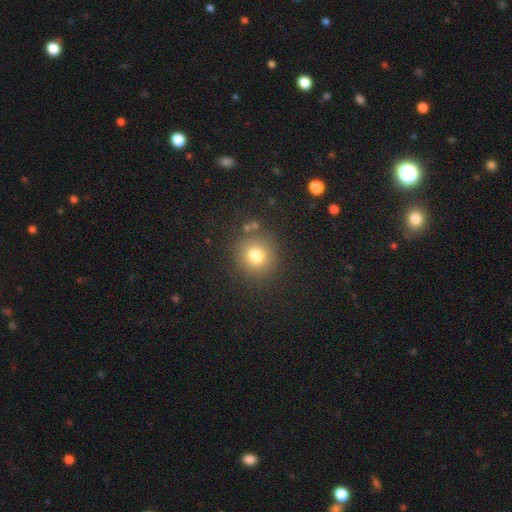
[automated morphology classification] A smooth galaxy with no disk features (77%) that is round (91%).

Vote fractions:
- Smooth or featured? smooth: 77% / star or artifact: 14% / featured or disk: 9%
- How rounded? round: 91% / in between: 8% / cigar-shaped: 1%
- Merging? none: 85% / minor disturbance: 8% / merger: 4% / major disturbance: 3%